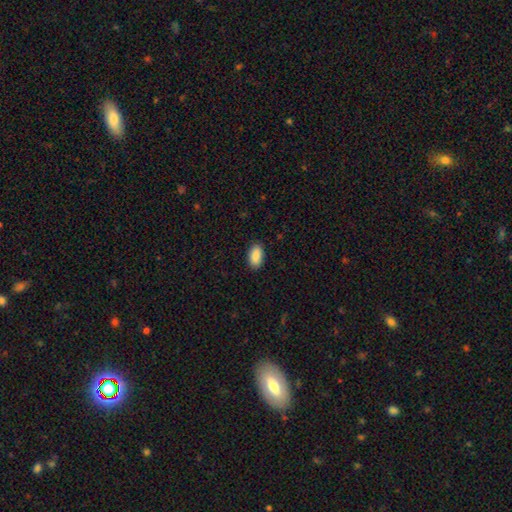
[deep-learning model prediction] smooth_or_featured: smooth (p=0.90) [alt: star or artifact p=0.07]
how_rounded: in between (p=0.94) [alt: round p=0.04]
merging: none (p=0.89) [alt: minor disturbance p=0.08]